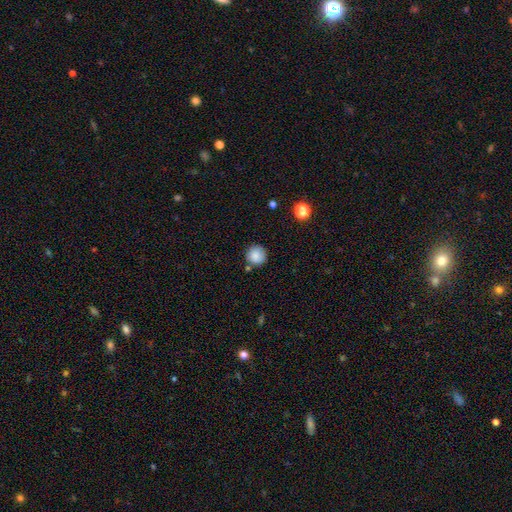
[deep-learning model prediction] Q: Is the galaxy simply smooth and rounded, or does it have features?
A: smooth — 87%.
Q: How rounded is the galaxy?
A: round — 95%.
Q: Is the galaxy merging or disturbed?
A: none — 82%.